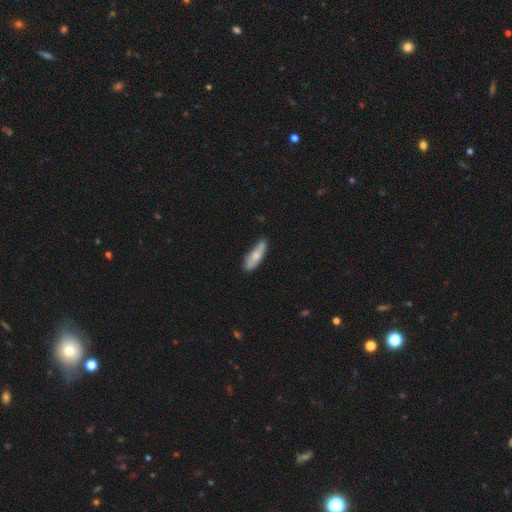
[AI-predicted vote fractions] A smooth galaxy with no disk features (69%) that is cigar-shaped (57%).

Vote fractions:
- Smooth or featured? smooth: 69% / featured or disk: 26% / star or artifact: 6%
- How rounded? cigar-shaped: 57% / in between: 41% / round: 2%
- Merging? none: 71% / minor disturbance: 23% / major disturbance: 4% / merger: 3%